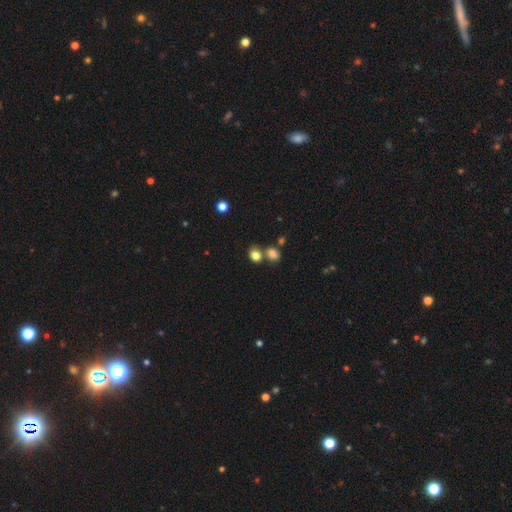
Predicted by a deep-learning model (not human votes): Morphology: type=smooth (82%); roundness=round (52%); merging=none (52%).